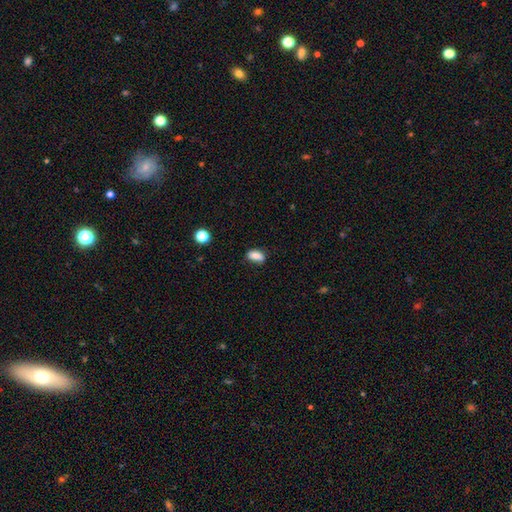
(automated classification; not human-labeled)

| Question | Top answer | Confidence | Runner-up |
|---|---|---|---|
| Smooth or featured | smooth | 85% | star or artifact (9%) |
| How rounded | in between | 84% | round (8%) |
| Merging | none | 76% | minor disturbance (18%) |